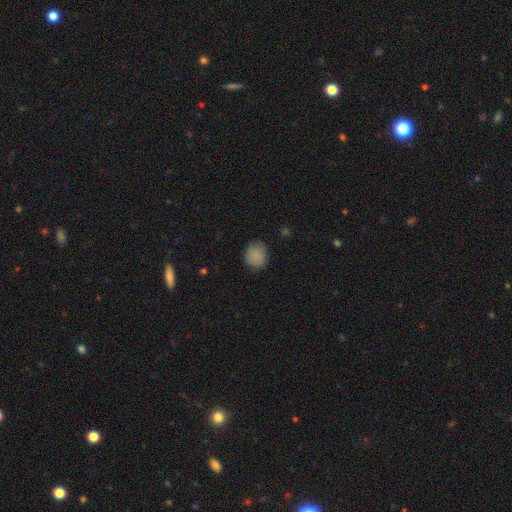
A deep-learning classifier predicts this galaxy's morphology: Q: Smooth or featured?
A: smooth (86%); runner-up: star or artifact (9%)
Q: How rounded?
A: round (76%); runner-up: in between (23%)
Q: Merging?
A: none (81%); runner-up: minor disturbance (14%)